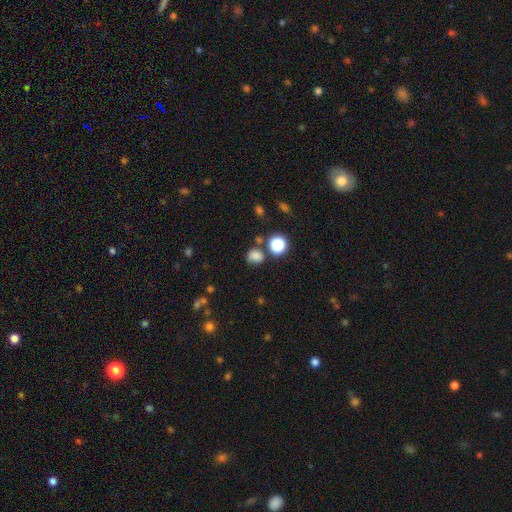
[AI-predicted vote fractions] Morphology: type=smooth (77%); roundness=round (70%); merging=none (69%).